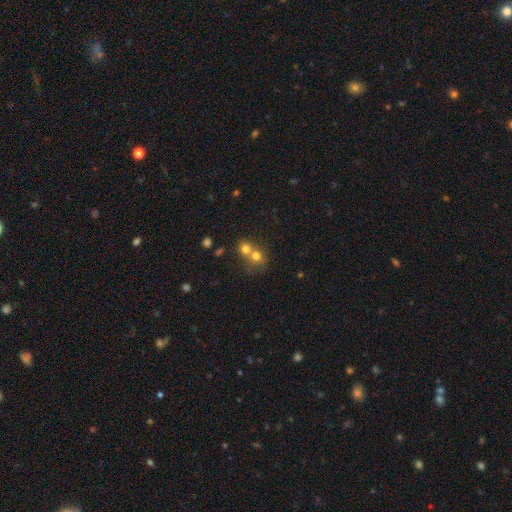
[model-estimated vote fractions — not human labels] A smooth galaxy with no disk features (68%) that is round (74%). Merging: merger (62%).